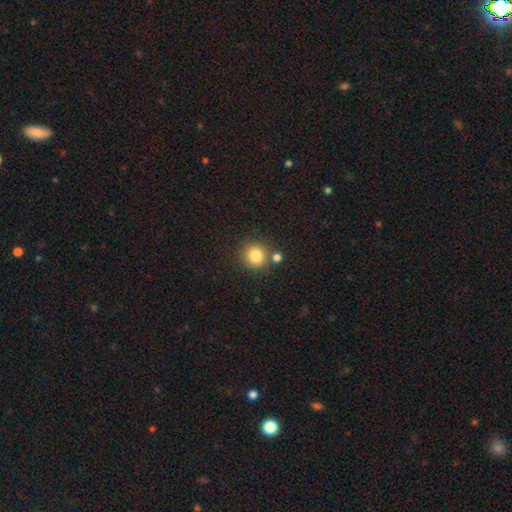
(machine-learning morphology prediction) A smooth galaxy with no disk features (83%) that is round (91%). Merging: none (76%).